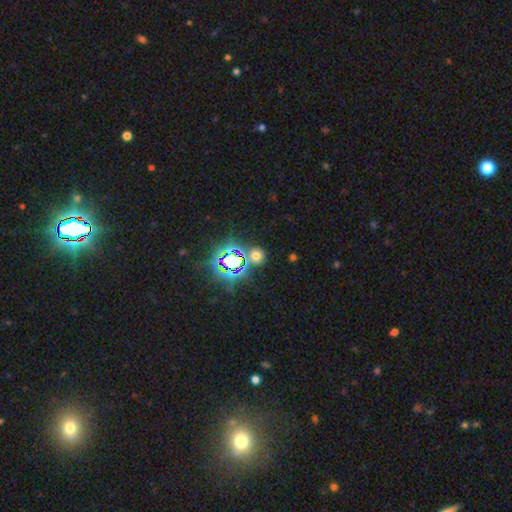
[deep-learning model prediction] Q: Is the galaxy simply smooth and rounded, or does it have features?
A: smooth — 50%.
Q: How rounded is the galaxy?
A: round — 84%.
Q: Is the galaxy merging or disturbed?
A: none — 77%.